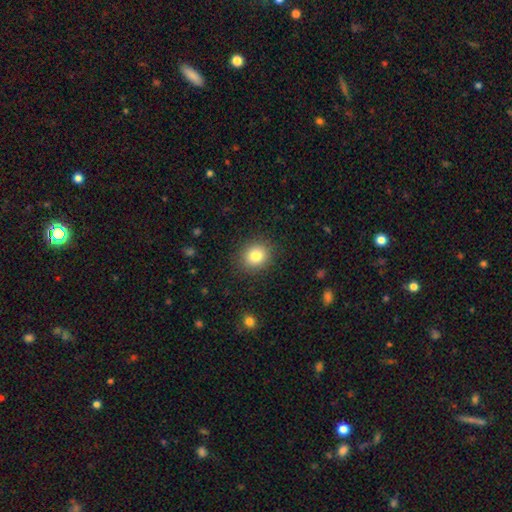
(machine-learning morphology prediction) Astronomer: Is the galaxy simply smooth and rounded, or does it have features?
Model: smooth — 81%.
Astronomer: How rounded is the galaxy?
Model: round — 77%.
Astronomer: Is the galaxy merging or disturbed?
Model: none — 89%.